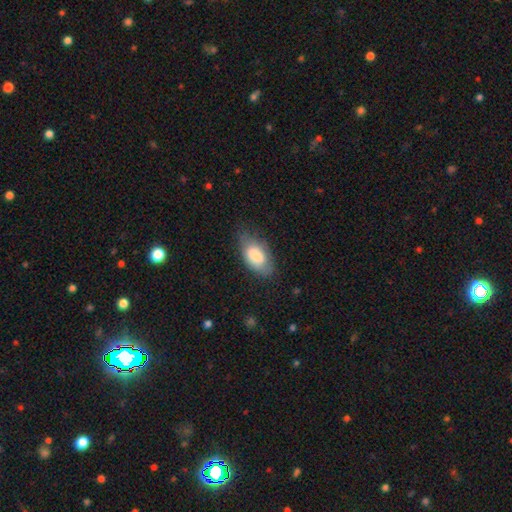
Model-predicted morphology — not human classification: Q: Smooth or featured?
A: smooth (79%); runner-up: featured or disk (14%)
Q: How rounded?
A: in between (94%); runner-up: round (3%)
Q: Merging?
A: none (60%); runner-up: minor disturbance (30%)